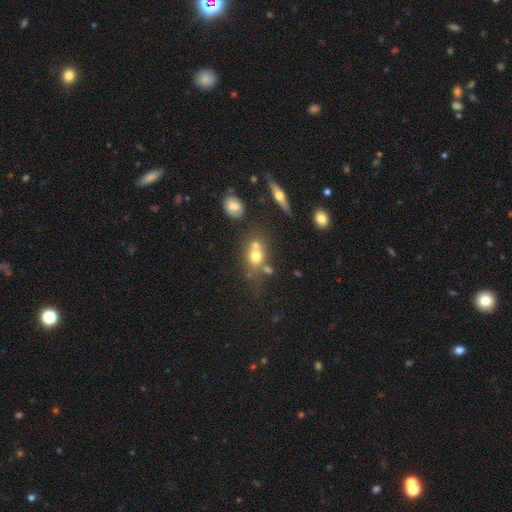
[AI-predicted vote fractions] Overall: smooth (66%). How rounded: round (52%; in between 44%). Merging: merger (42%; none 38%).